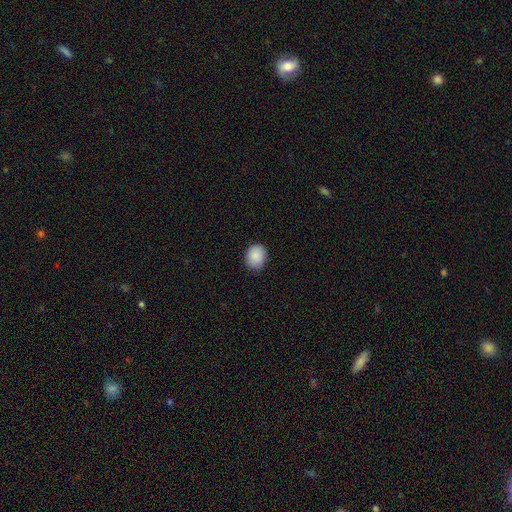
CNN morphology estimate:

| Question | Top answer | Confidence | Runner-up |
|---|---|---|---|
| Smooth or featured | smooth | 89% | star or artifact (7%) |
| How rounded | round | 61% | in between (39%) |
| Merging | none | 87% | minor disturbance (10%) |